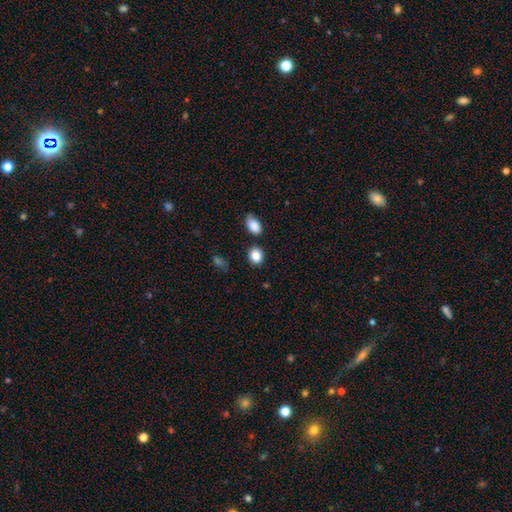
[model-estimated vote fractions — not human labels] Smooth or featured?
  - smooth: 85% *
  - star or artifact: 10%
  - featured or disk: 5%
How rounded?
  - round: 67% *
  - in between: 32%
  - cigar-shaped: 1%
Merging?
  - none: 82% *
  - minor disturbance: 10%
  - merger: 5%
  - major disturbance: 3%